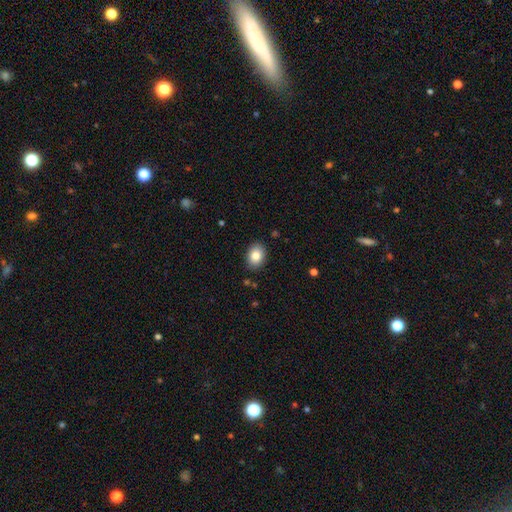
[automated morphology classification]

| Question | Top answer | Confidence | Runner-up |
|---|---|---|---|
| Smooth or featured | smooth | 84% | star or artifact (8%) |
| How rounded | in between | 73% | round (26%) |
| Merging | none | 88% | minor disturbance (9%) |